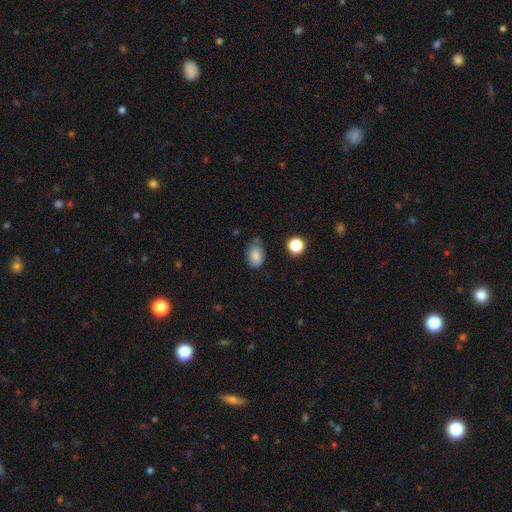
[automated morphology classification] A smooth galaxy with no disk features (83%) that is in between round and cigar-shaped (84%).

Vote fractions:
- Smooth or featured? smooth: 83% / star or artifact: 9% / featured or disk: 7%
- How rounded? in between: 84% / round: 14% / cigar-shaped: 1%
- Merging? none: 64% / minor disturbance: 27% / major disturbance: 5% / merger: 4%